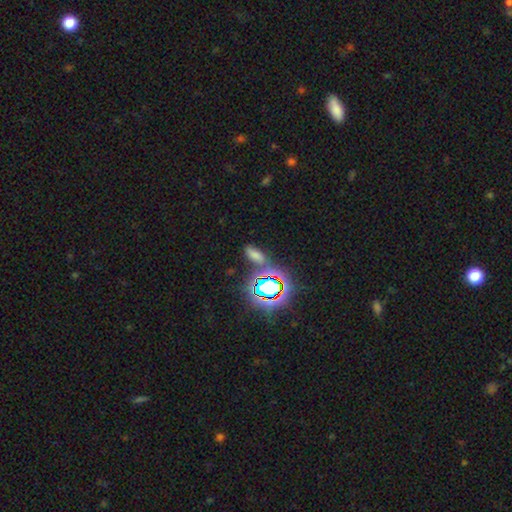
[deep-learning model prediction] Smooth or featured?
  - smooth: 56% *
  - star or artifact: 34%
  - featured or disk: 10%
How rounded?
  - in between: 74% *
  - cigar-shaped: 17%
  - round: 9%
Merging?
  - none: 69% *
  - minor disturbance: 14%
  - merger: 10%
  - major disturbance: 6%